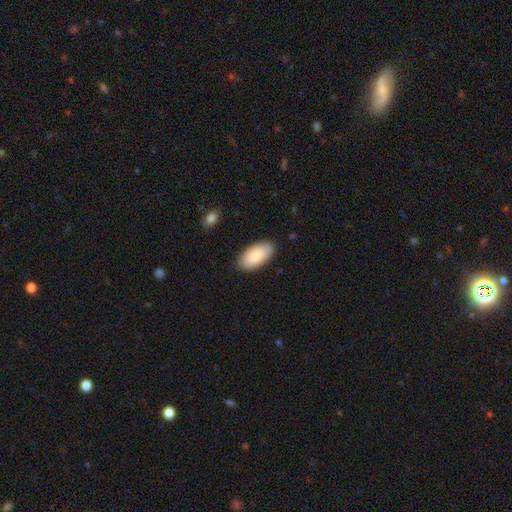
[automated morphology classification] Smooth or featured: smooth — 83% (featured or disk — 11%)
How rounded: in between — 95% (cigar-shaped — 3%)
Merging: none — 86% (minor disturbance — 10%)